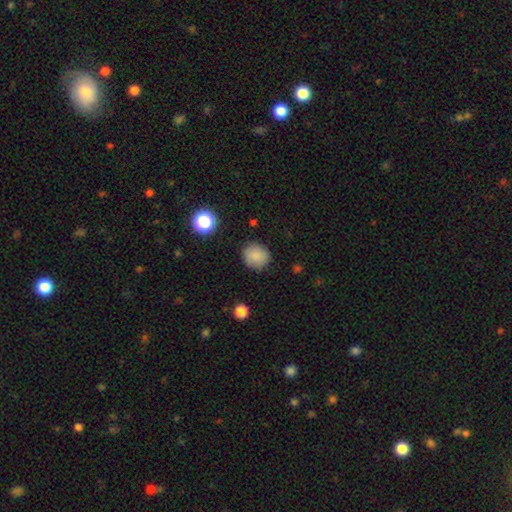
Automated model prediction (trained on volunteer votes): Smooth or featured?
  - smooth: 85% *
  - star or artifact: 10%
  - featured or disk: 6%
How rounded?
  - round: 83% *
  - in between: 16%
  - cigar-shaped: 1%
Merging?
  - none: 85% *
  - minor disturbance: 11%
  - major disturbance: 3%
  - merger: 1%